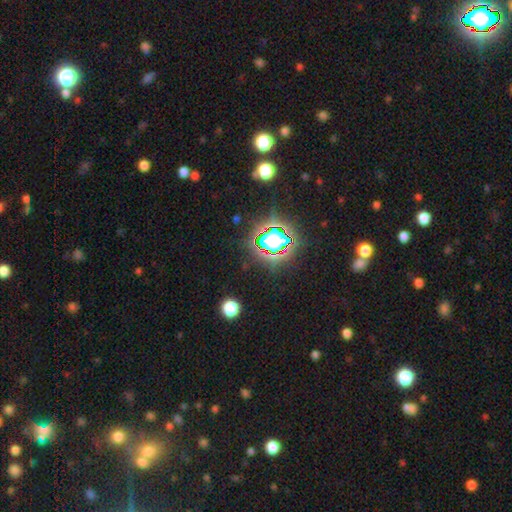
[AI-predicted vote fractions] Smooth or featured? star or artifact (76%)